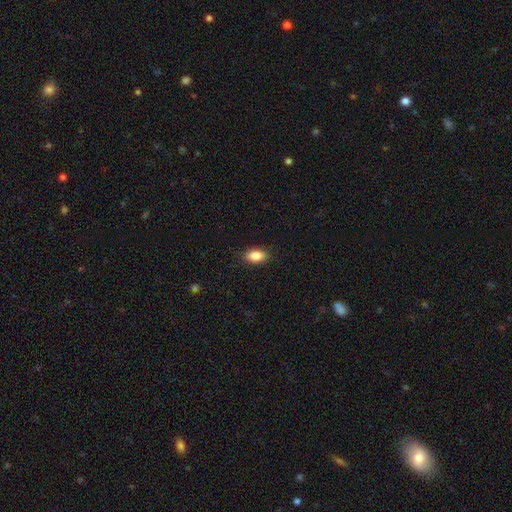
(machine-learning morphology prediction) smooth 86%, star or artifact 8%, featured or disk 6%. Down the decision tree: how rounded — in between (90%); merging — none (87%).